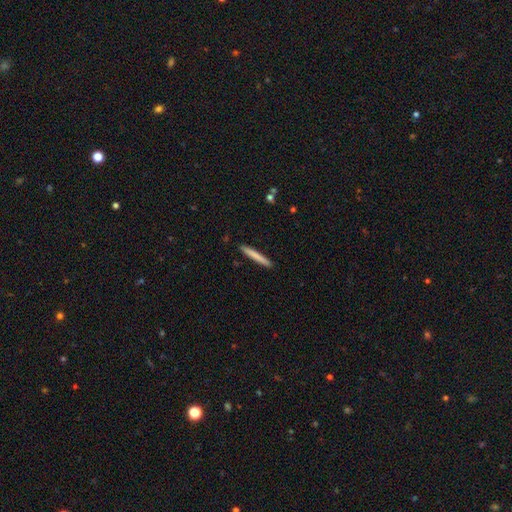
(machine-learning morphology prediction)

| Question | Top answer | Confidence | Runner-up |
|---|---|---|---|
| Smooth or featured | smooth | 76% | featured or disk (19%) |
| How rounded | cigar-shaped | 96% | in between (2%) |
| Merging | none | 91% | minor disturbance (6%) |